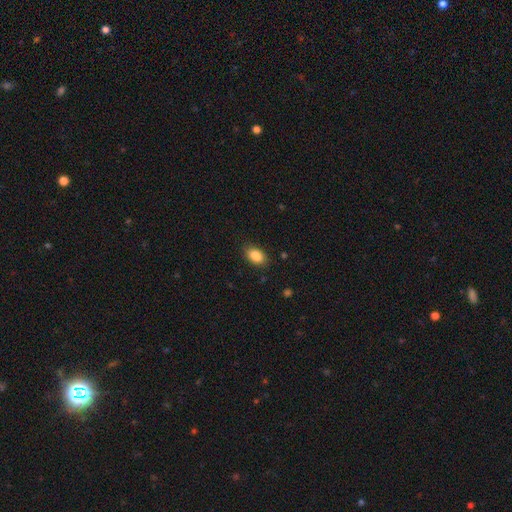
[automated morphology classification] Smooth or featured? Predicted: smooth (p=0.88). How rounded? Predicted: in between (p=0.89). Merging? Predicted: none (p=0.85).